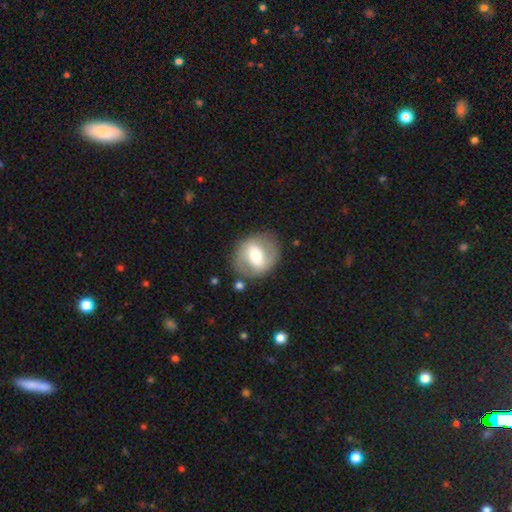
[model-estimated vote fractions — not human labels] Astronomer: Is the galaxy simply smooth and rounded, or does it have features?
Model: featured or disk — 53% (runner-up: smooth, 40%).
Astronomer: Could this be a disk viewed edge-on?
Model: no — 94%.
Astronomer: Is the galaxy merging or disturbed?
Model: none — 77%.